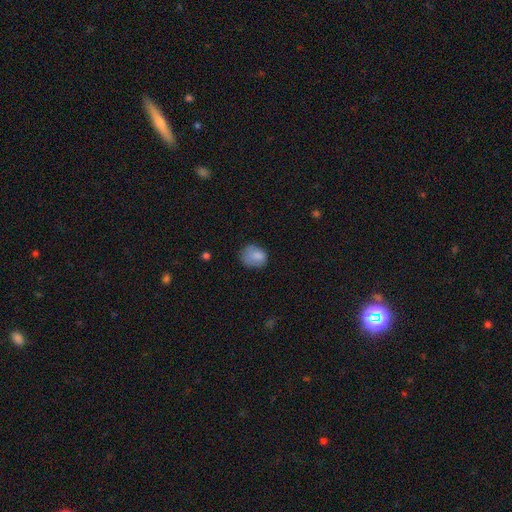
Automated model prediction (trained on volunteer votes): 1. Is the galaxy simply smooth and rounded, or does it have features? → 81% smooth, 10% featured or disk, 9% star or artifact.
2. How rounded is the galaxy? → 55% round, 44% in between, 1% cigar-shaped.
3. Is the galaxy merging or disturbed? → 56% none, 29% minor disturbance, 13% major disturbance, 2% merger.